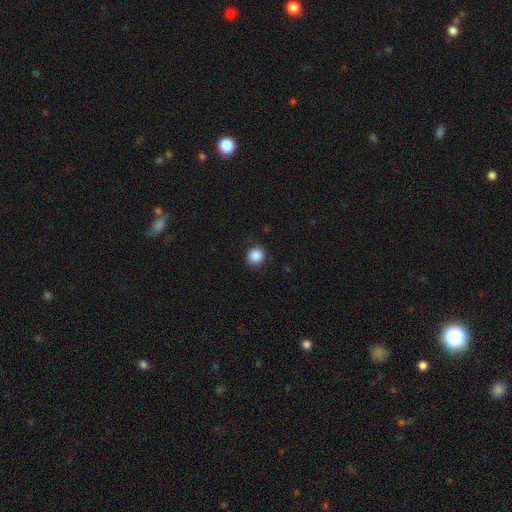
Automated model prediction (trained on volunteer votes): Smooth or featured? Predicted: smooth (p=0.88). How rounded? Predicted: round (p=0.91). Merging? Predicted: none (p=0.89).